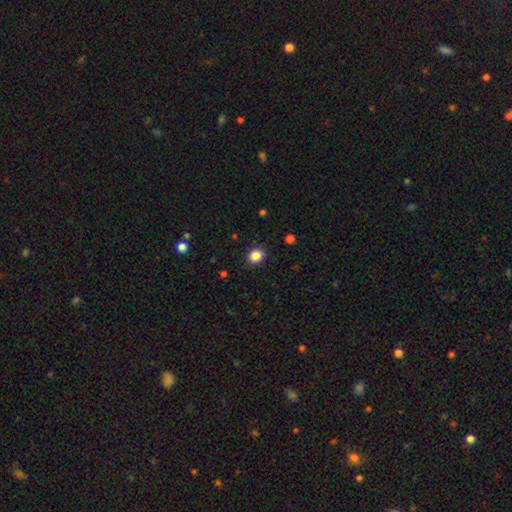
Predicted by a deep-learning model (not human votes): smooth 86%, star or artifact 10%, featured or disk 4%. Down the decision tree: how rounded — round (64%); merging — none (89%).